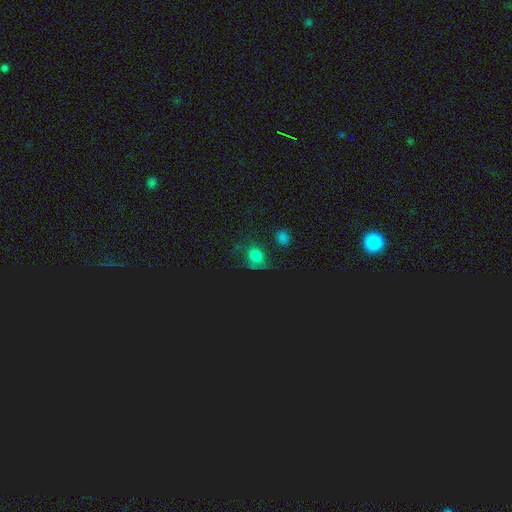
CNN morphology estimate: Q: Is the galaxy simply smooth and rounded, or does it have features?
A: smooth — 57%.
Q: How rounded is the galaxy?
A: round — 62%.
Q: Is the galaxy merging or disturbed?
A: none — 64%.